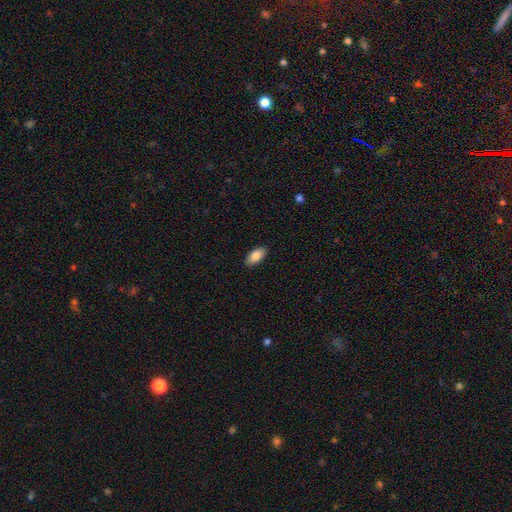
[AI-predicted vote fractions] Smooth or featured? smooth (85%)
How rounded? in between (90%)
Merging? none (88%)